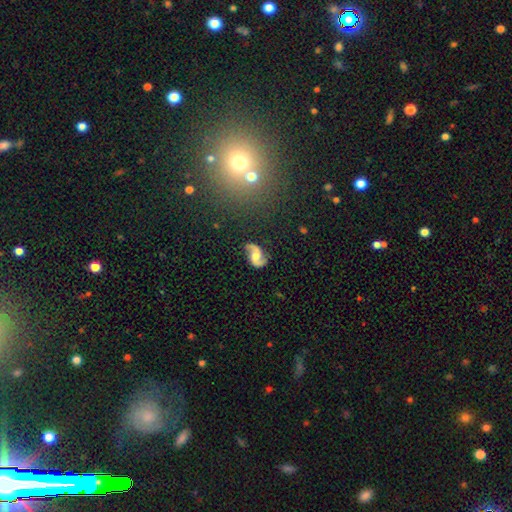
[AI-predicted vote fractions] This appears to be a featured or disk galaxy (87%) with no bar (53%), 2 (94%) loose (60%) spiral arms (97%) and a moderate central bulge (51%). Merging: none (78%).